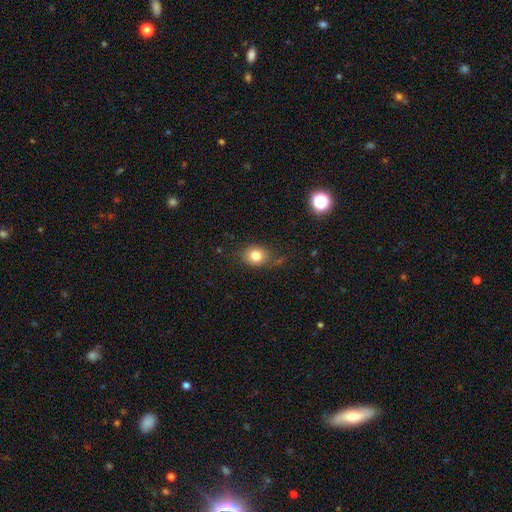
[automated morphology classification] Smooth or featured: smooth — 79% (star or artifact — 11%)
How rounded: round — 53% (in between — 45%)
Merging: none — 72% (minor disturbance — 20%)